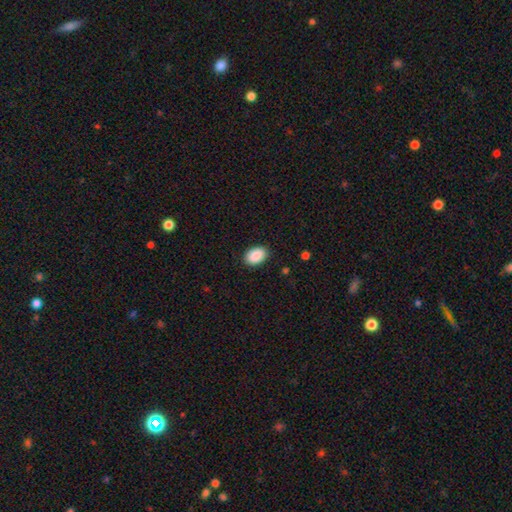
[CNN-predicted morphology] Overall: smooth (90%). How rounded: in between (87%). Merging: none (89%).